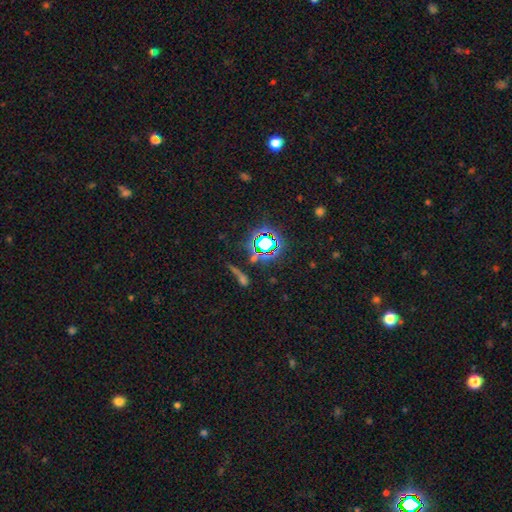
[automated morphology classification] Smooth or featured: star or artifact — 67% (smooth — 20%)